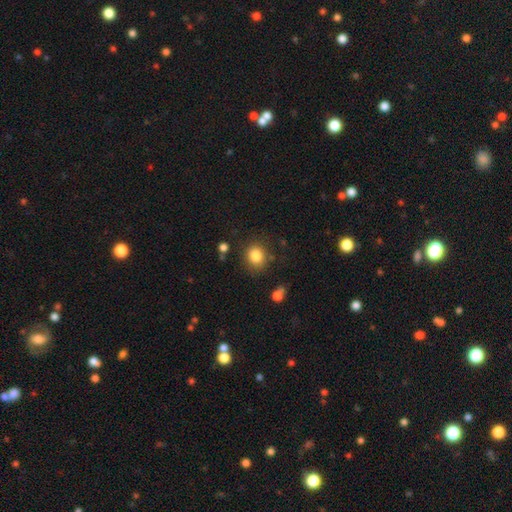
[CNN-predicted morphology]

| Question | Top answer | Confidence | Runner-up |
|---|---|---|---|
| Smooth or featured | smooth | 84% | star or artifact (10%) |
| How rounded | round | 74% | in between (26%) |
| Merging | none | 80% | minor disturbance (12%) |